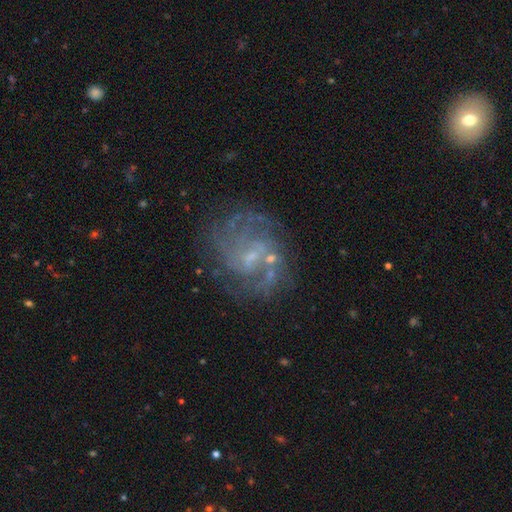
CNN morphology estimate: Smooth or featured? Predicted: featured or disk (p=0.79). Edge-on disk? Predicted: no (p=0.98). Bar? Predicted: weak (p=0.49). Spiral arms? Predicted: yes (p=0.85). Spiral winding? Predicted: medium (p=0.44). Spiral arm count? Predicted: can't tell (p=0.35). Bulge size? Predicted: small (p=0.60). Merging? Predicted: none (p=0.66).